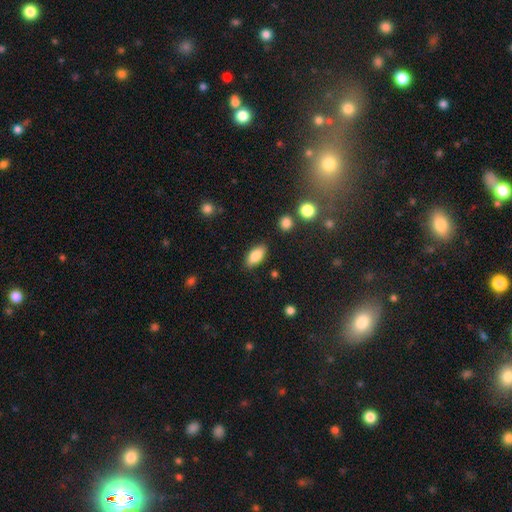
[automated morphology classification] Smooth or featured? smooth (84%)
How rounded? in between (89%)
Merging? none (85%)